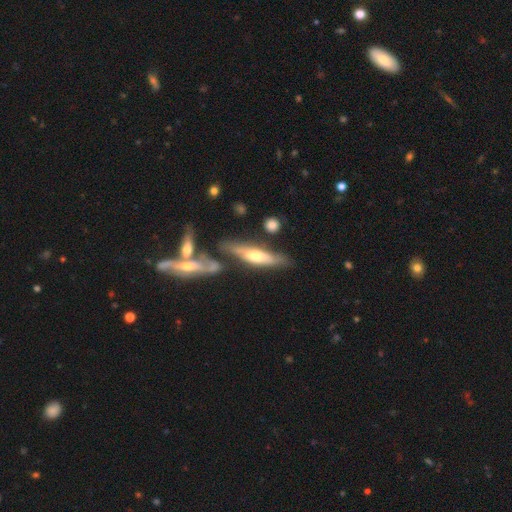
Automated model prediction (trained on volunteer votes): Q: Smooth or featured?
A: featured or disk (57%); runner-up: smooth (37%)
Q: Edge-on disk?
A: yes (79%); runner-up: no (21%)
Q: Merging?
A: none (57%); runner-up: minor disturbance (18%)